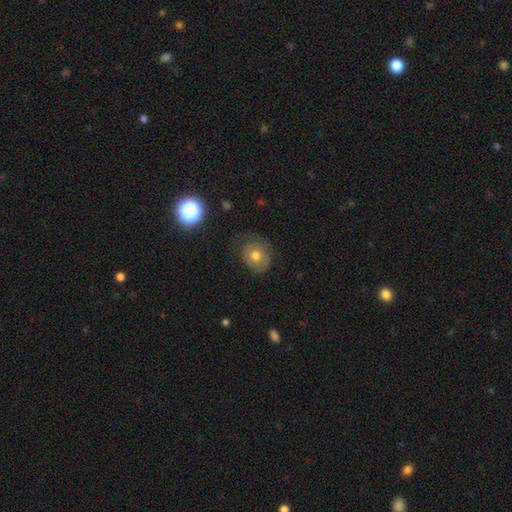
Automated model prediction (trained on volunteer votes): A smooth galaxy with no disk features (66%) that is round (72%).

Vote fractions:
- Smooth or featured? smooth: 66% / featured or disk: 23% / star or artifact: 11%
- How rounded? round: 72% / in between: 27% / cigar-shaped: 1%
- Merging? none: 66% / minor disturbance: 22% / major disturbance: 10% / merger: 1%